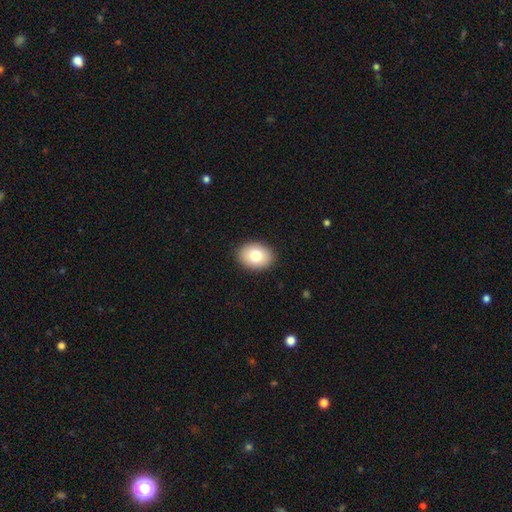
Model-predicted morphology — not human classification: A smooth galaxy with no disk features (78%) that is in between round and cigar-shaped (67%). Merging: none (90%).